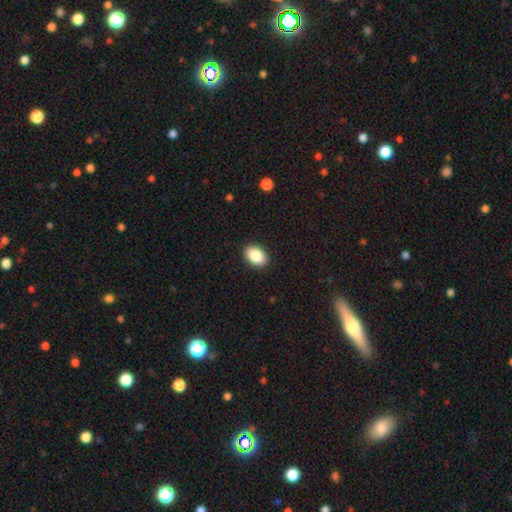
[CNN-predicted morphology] The model was most divided on "how rounded": in between: 85%, round: 14%, cigar-shaped: 1%. More confident: merging — none (90%); smooth or featured — smooth (88%).